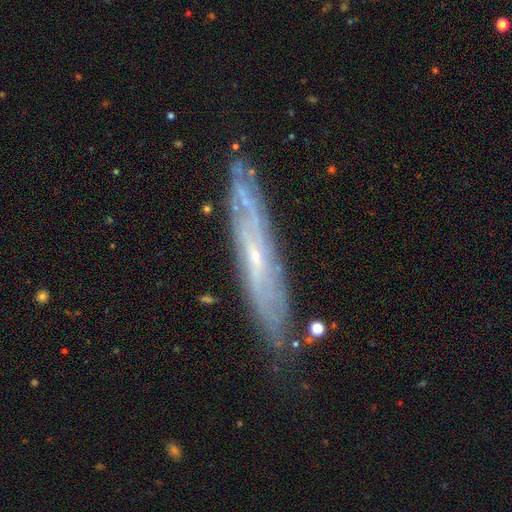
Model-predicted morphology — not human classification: featured or disk 76%, smooth 16%, star or artifact 7%. Down the decision tree: edge-on disk — no (51%); merging — none (78%).